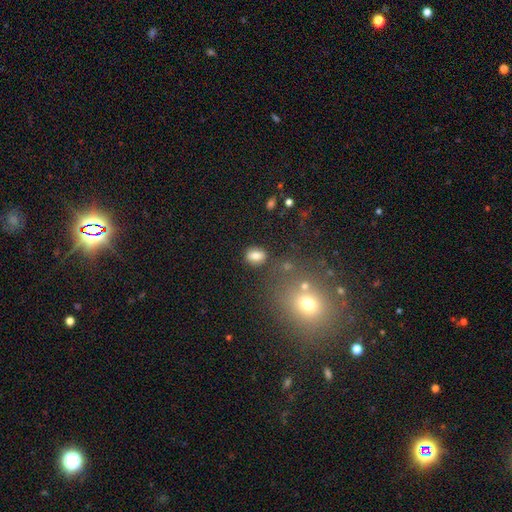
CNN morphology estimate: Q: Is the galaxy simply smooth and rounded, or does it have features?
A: smooth — 78%.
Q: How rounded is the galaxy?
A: in between — 58%.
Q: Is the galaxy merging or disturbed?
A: none — 81%.